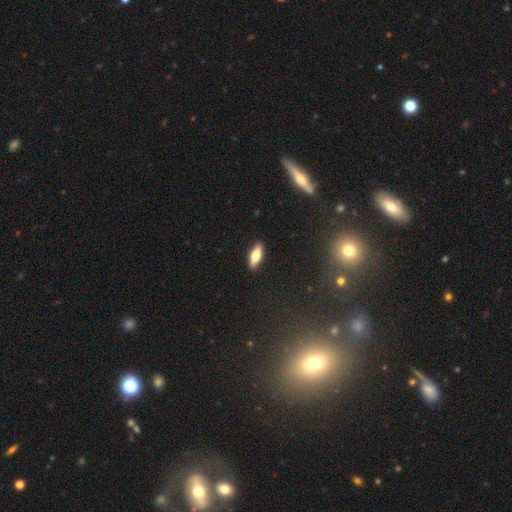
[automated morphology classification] The model was most divided on "how rounded": in between: 60%, cigar-shaped: 37%, round: 2%. More confident: merging — none (89%); smooth or featured — smooth (67%).